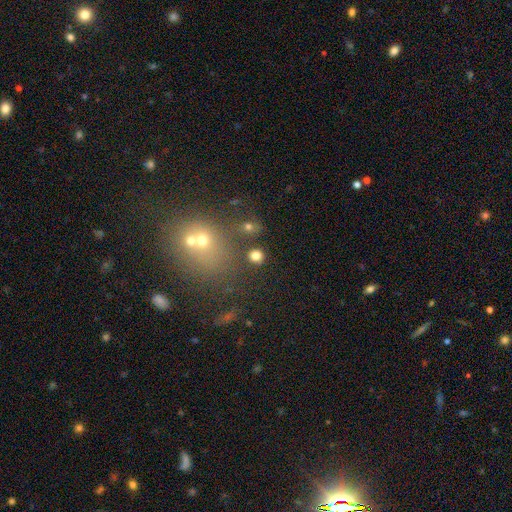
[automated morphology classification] Smooth or featured? Predicted: smooth (p=0.77). How rounded? Predicted: round (p=0.83). Merging? Predicted: none (p=0.77).